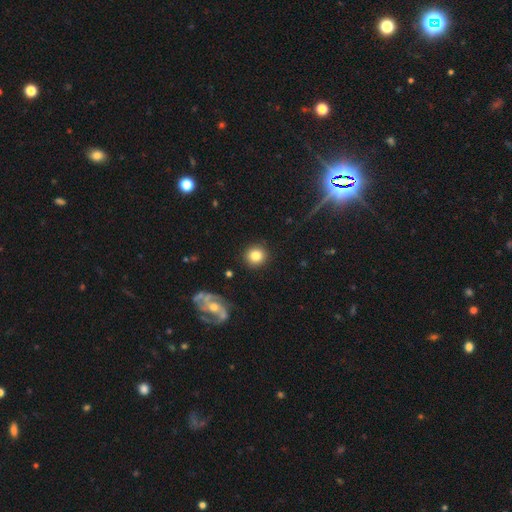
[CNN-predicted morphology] Q: Smooth or featured?
A: smooth (81%); runner-up: star or artifact (10%)
Q: How rounded?
A: round (92%); runner-up: in between (7%)
Q: Merging?
A: none (89%); runner-up: minor disturbance (7%)